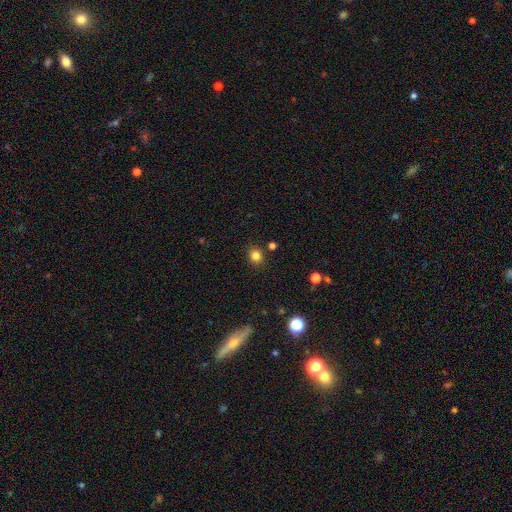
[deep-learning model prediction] Smooth or featured?
  - smooth: 82% *
  - star or artifact: 13%
  - featured or disk: 5%
How rounded?
  - round: 78% *
  - in between: 21%
  - cigar-shaped: 1%
Merging?
  - none: 87% *
  - minor disturbance: 8%
  - merger: 3%
  - major disturbance: 2%